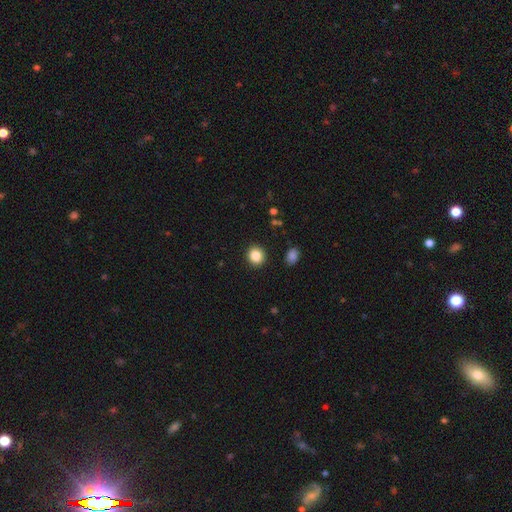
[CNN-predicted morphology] Smooth or featured?
  - smooth: 85% *
  - star or artifact: 10%
  - featured or disk: 5%
How rounded?
  - round: 83% *
  - in between: 16%
  - cigar-shaped: 1%
Merging?
  - none: 91% *
  - minor disturbance: 6%
  - major disturbance: 2%
  - merger: 1%